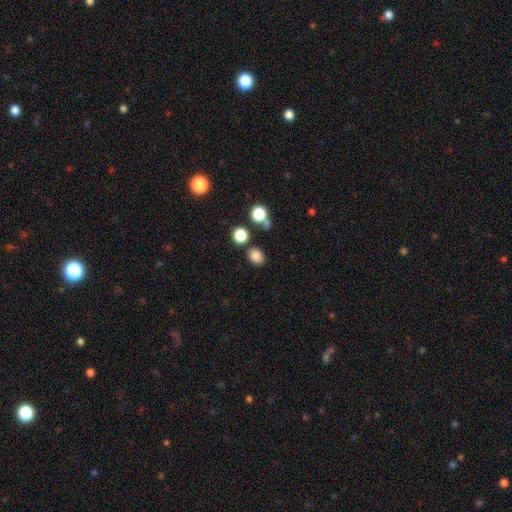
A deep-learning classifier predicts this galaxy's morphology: This is clearly a smooth galaxy (83%). How rounded: possibly round (52%). Merging: likely none (75%).